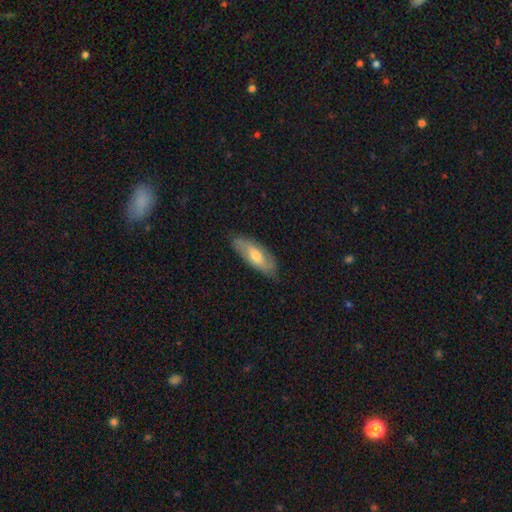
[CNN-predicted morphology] smooth_or_featured: smooth (p=0.48) [alt: featured or disk p=0.46]
merging: none (p=0.80) [alt: minor disturbance p=0.16]